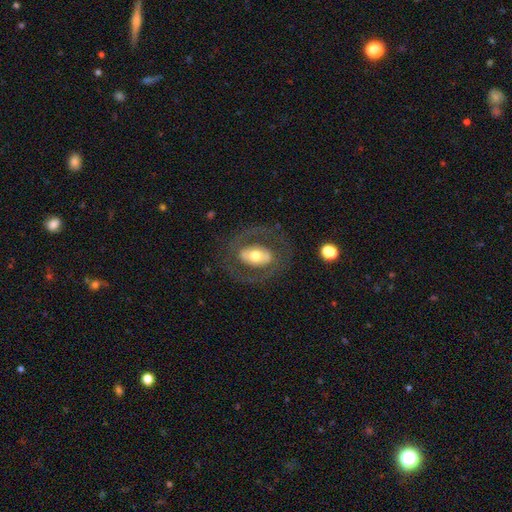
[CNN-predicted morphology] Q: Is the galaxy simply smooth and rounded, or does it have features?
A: featured or disk — 65%.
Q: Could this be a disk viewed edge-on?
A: no — 93%.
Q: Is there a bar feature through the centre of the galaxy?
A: no — 45%.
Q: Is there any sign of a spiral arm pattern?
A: no — 60%.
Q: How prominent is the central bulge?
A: moderate — 65%.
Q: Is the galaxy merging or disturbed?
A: none — 74%.